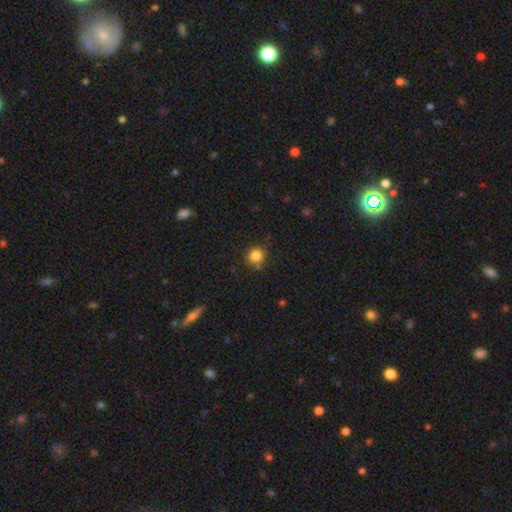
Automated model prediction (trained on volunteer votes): Morphology: type=smooth (83%); roundness=round (91%); merging=none (79%).